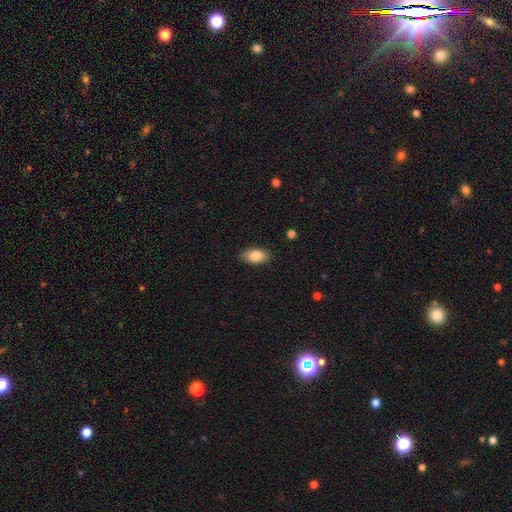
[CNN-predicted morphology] smooth_or_featured: smooth (p=0.83) [alt: featured or disk p=0.10]
how_rounded: in between (p=0.93) [alt: round p=0.04]
merging: none (p=0.87) [alt: minor disturbance p=0.10]